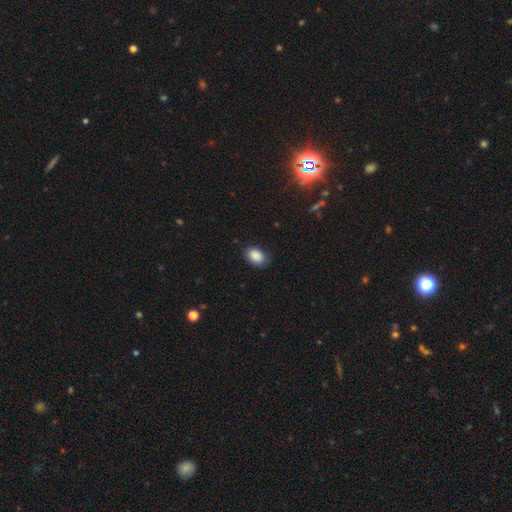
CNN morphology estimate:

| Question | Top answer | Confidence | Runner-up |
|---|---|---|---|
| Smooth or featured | smooth | 88% | star or artifact (8%) |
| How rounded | in between | 81% | round (18%) |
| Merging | none | 81% | minor disturbance (15%) |